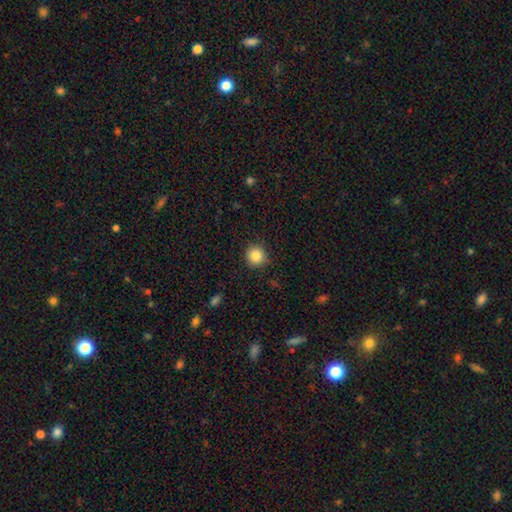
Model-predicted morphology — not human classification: smooth-or-featured: smooth: 86% | star or artifact: 10% | featured or disk: 5%
  how-rounded: round: 92% | in between: 7% | cigar-shaped: 1%
  merging: none: 90% | minor disturbance: 7% | major disturbance: 2% | merger: 1%